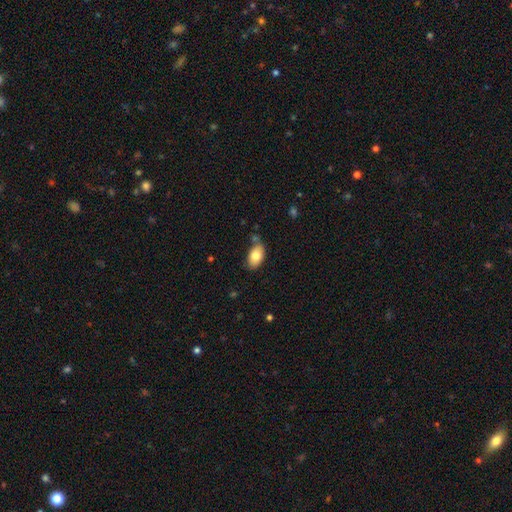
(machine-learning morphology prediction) Smooth or featured: smooth — 80% (featured or disk — 13%)
How rounded: in between — 93% (round — 5%)
Merging: none — 66% (minor disturbance — 23%)